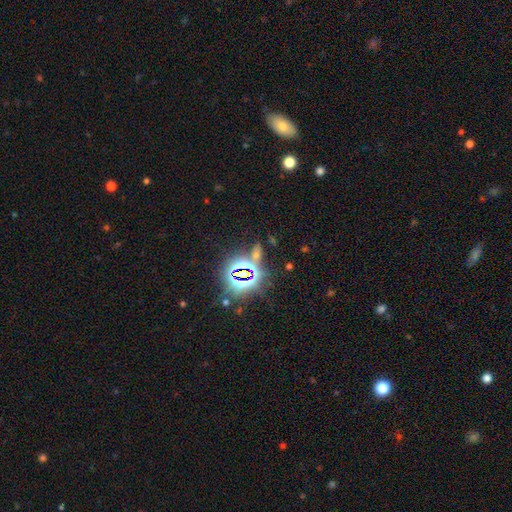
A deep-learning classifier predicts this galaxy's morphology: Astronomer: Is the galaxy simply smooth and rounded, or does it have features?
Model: star or artifact — 64%.